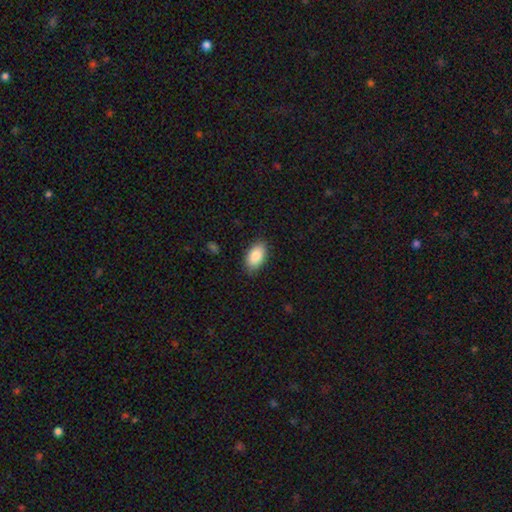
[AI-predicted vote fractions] This is clearly a smooth galaxy (88%). How rounded: clearly in between (94%). Merging: clearly none (84%).